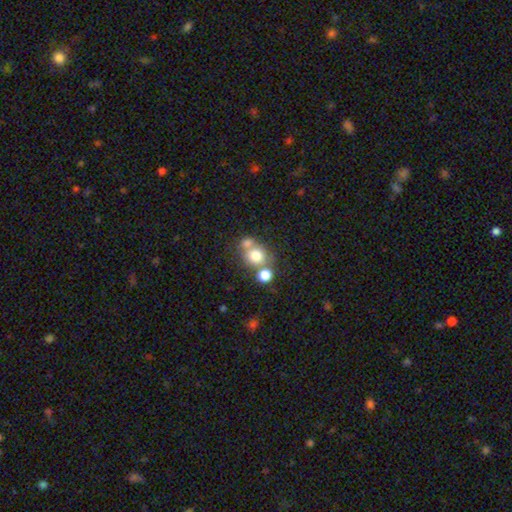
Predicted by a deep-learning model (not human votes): Morphology: type=smooth (73%); roundness=round (78%); merging=none (46%).